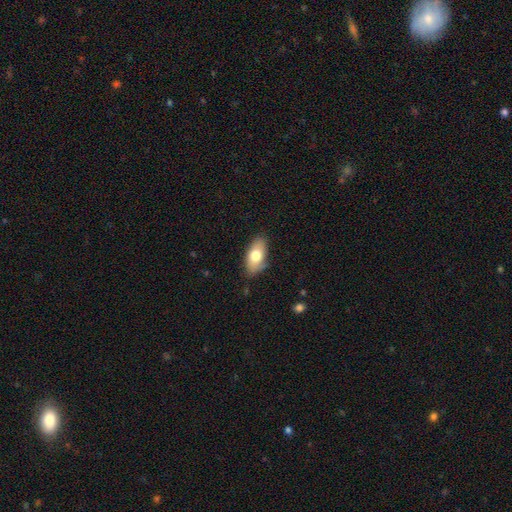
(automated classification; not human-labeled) Overall: smooth (73%). How rounded: in between (91%). Merging: none (79%).